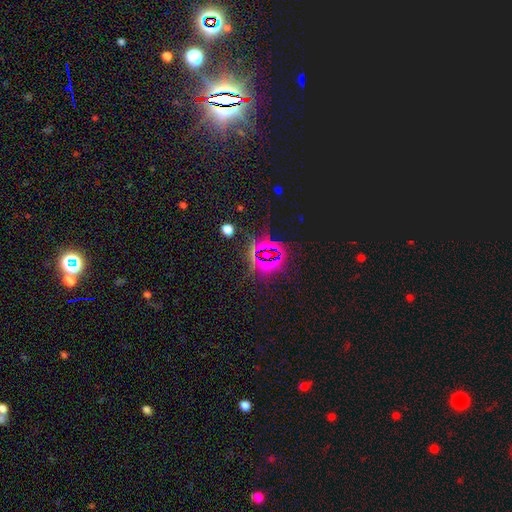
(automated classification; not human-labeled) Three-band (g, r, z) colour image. It shows a star or artifact, not a galaxy (78%).